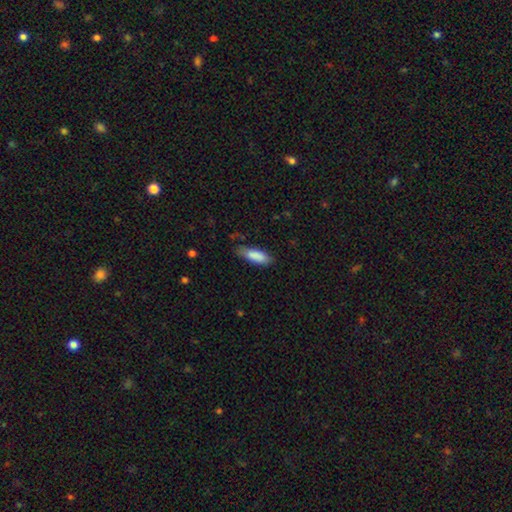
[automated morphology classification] A smooth galaxy with no disk features (87%) that is in between round and cigar-shaped (64%). Merging: none (70%).